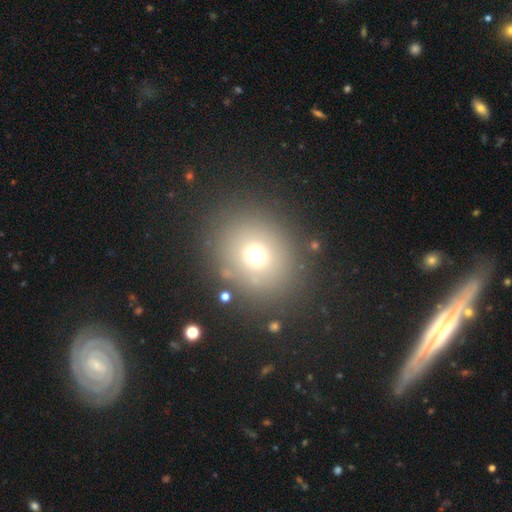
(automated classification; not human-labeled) smooth-or-featured: smooth: 69% | star or artifact: 19% | featured or disk: 13%
  how-rounded: round: 71% | in between: 28% | cigar-shaped: 1%
  merging: none: 85% | minor disturbance: 8% | major disturbance: 4% | merger: 3%